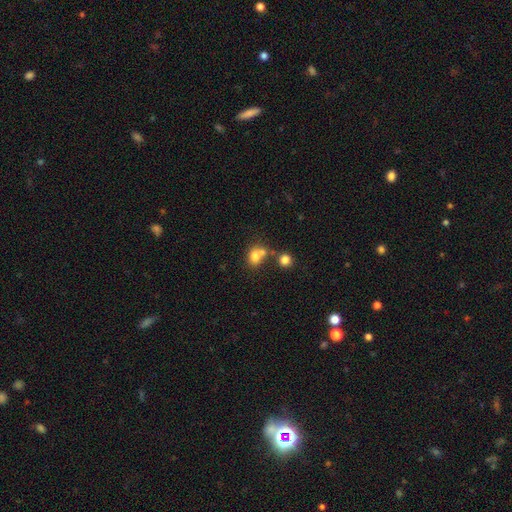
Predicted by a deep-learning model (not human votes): This appears to be a smooth galaxy with no disk features (76%) that is round (53%). Merging: merger (44%).